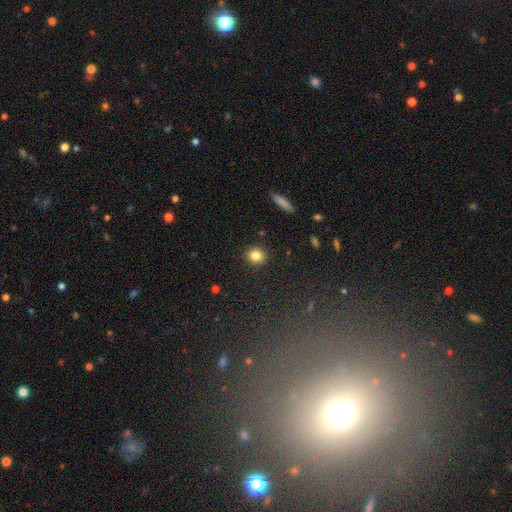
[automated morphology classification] Smooth or featured?
  - smooth: 83% *
  - star or artifact: 10%
  - featured or disk: 6%
How rounded?
  - round: 82% *
  - in between: 17%
  - cigar-shaped: 1%
Merging?
  - none: 90% *
  - minor disturbance: 6%
  - major disturbance: 2%
  - merger: 1%